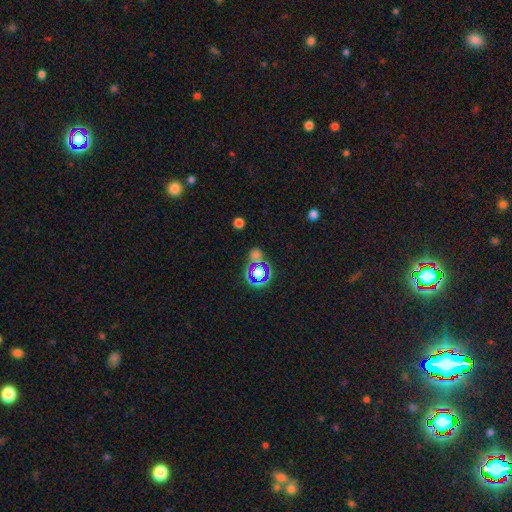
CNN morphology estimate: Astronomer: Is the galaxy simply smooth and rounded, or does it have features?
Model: star or artifact — 55% (runner-up: smooth, 36%).